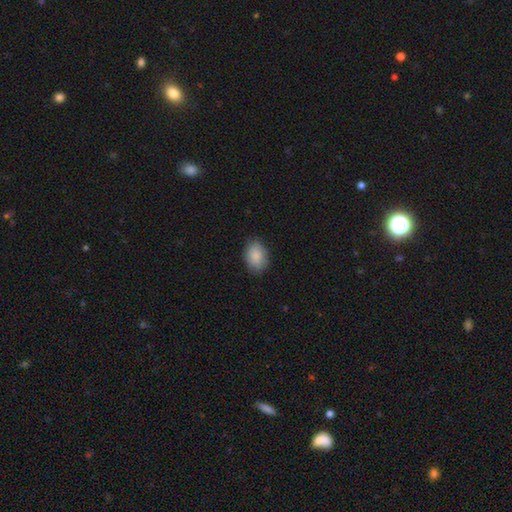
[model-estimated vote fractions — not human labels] The model was most divided on "how rounded": in between: 80%, round: 19%, cigar-shaped: 1%. More confident: smooth or featured — smooth (88%); merging — none (82%).